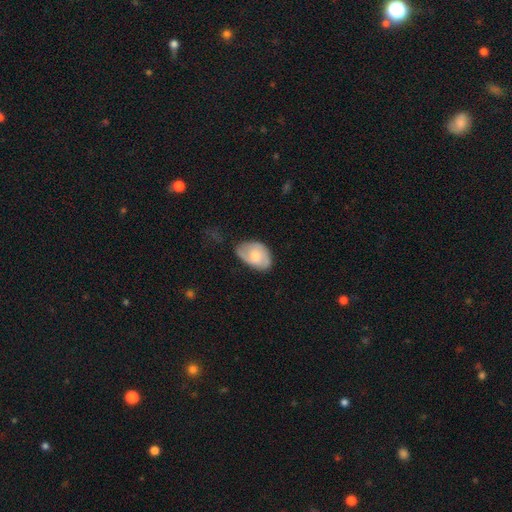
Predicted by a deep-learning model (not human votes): Overall: smooth (51%; featured or disk 42%). How rounded: in between (87%). Merging: none (55%; minor disturbance 33%).